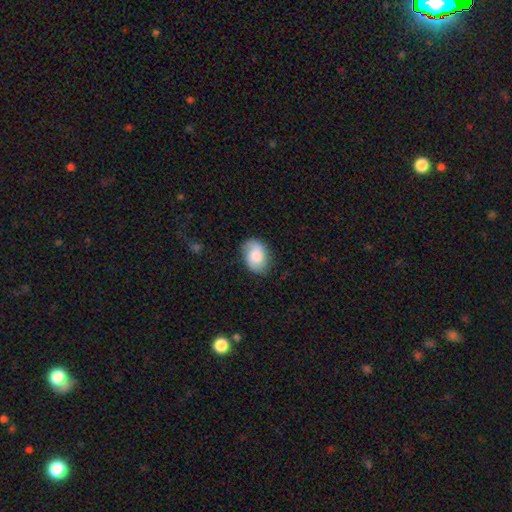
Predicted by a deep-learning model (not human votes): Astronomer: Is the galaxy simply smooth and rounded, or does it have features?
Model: smooth — 70%.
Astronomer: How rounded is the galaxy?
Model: in between — 78%.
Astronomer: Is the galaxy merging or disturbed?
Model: none — 77%.